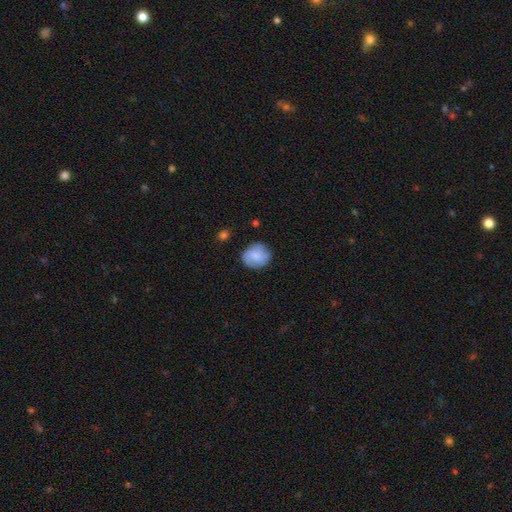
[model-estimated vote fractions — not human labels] A smooth galaxy with no disk features (66%) that is round (77%).

Vote fractions:
- Smooth or featured? smooth: 66% / featured or disk: 27% / star or artifact: 7%
- How rounded? round: 77% / in between: 22% / cigar-shaped: 1%
- Merging? none: 75% / minor disturbance: 18% / major disturbance: 5% / merger: 2%